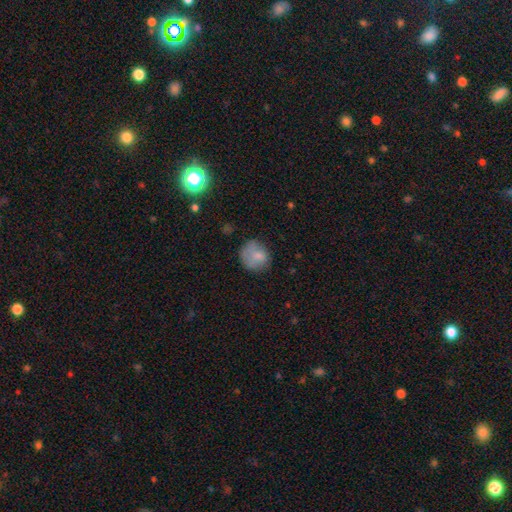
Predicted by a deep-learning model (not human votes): Smooth or featured? Predicted: smooth (p=0.77). How rounded? Predicted: round (p=0.77). Merging? Predicted: none (p=0.59).